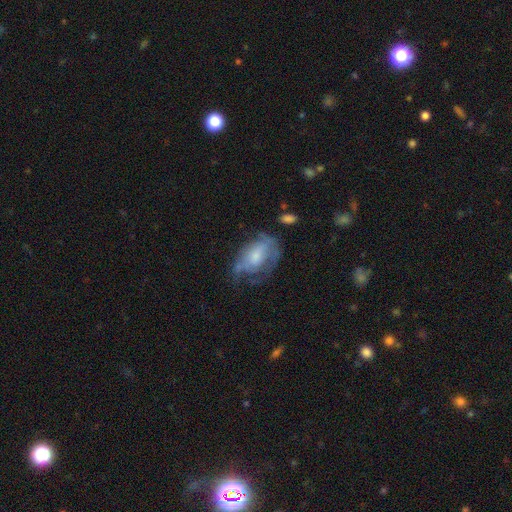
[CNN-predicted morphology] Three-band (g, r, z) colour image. It shows a featured or disk galaxy (57%) with no bar (65%), spiral arms (58%) and a moderate central bulge (42%). Merging: none (44%).